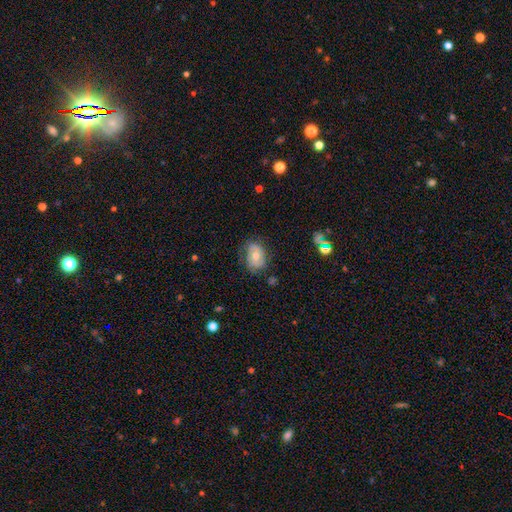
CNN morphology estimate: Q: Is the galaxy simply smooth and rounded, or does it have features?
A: smooth — 46%.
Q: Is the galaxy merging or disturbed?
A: none — 64%.